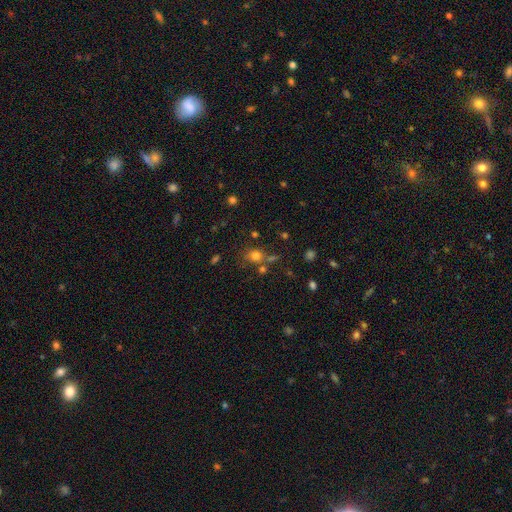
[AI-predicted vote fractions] Morphology: type=smooth (73%); roundness=round (73%); merging=none (59%).